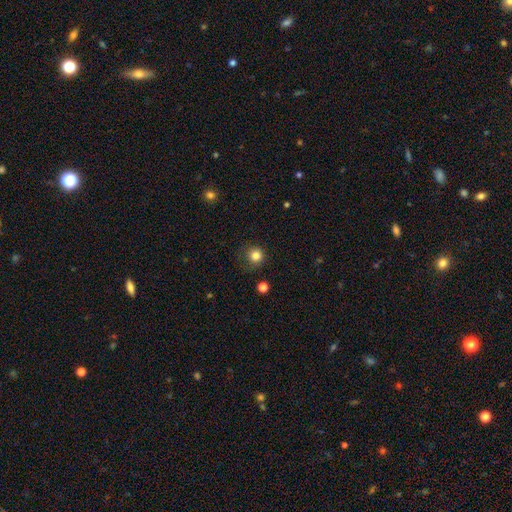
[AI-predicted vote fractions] Smooth or featured? smooth (82%)
How rounded? round (93%)
Merging? none (78%)